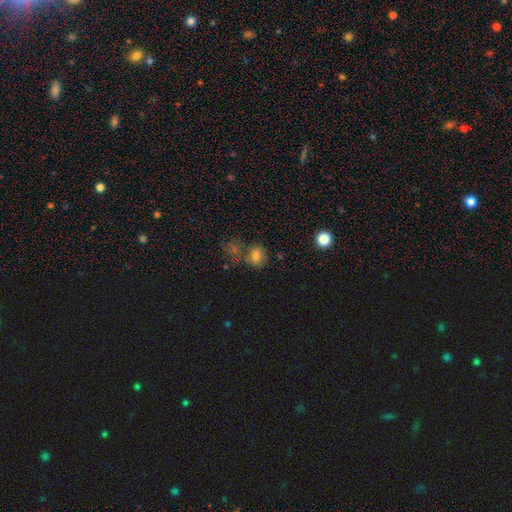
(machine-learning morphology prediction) smooth-or-featured: smooth: 69% | star or artifact: 20% | featured or disk: 11%
  how-rounded: round: 70% | in between: 29% | cigar-shaped: 1%
  merging: none: 60% | merger: 17% | minor disturbance: 15% | major disturbance: 8%